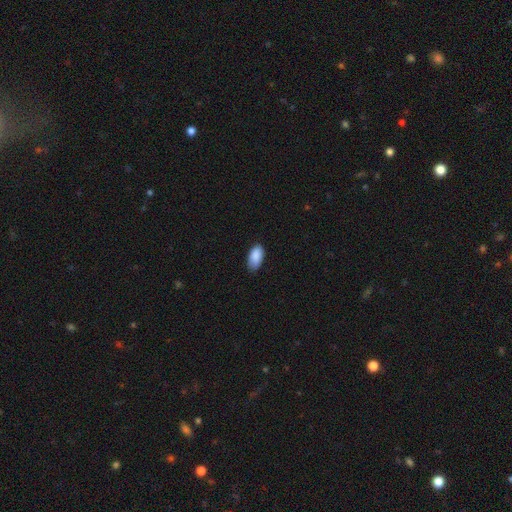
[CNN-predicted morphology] Overall: smooth (90%). How rounded: in between (95%). Merging: none (78%).